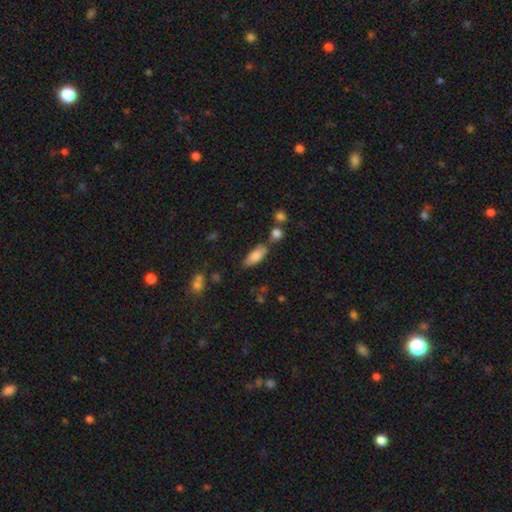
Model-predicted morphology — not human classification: Smooth or featured: smooth — 80% (featured or disk — 13%)
How rounded: in between — 74% (cigar-shaped — 24%)
Merging: none — 66% (minor disturbance — 18%)